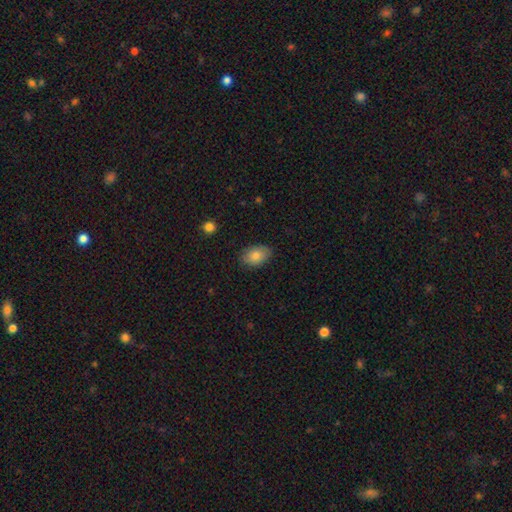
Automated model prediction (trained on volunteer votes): smooth 81%, featured or disk 11%, star or artifact 8%. Down the decision tree: how rounded — in between (84%); merging — none (84%).